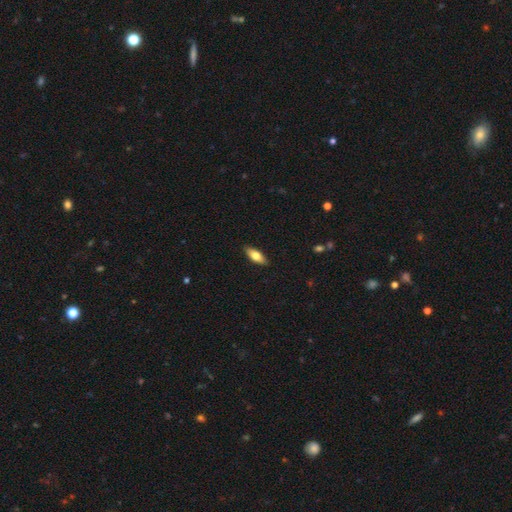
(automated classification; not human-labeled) Overall: smooth (71%). How rounded: in between (75%). Merging: none (89%).